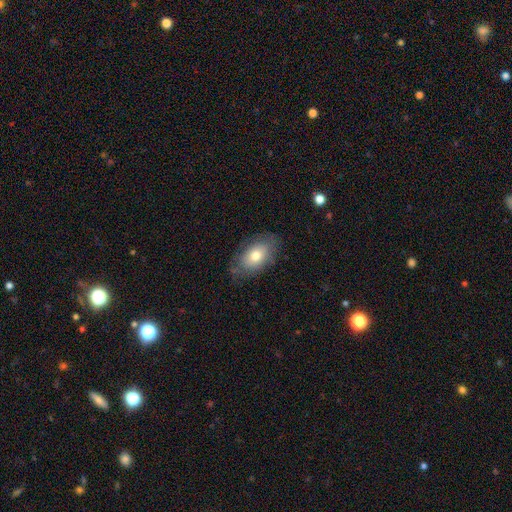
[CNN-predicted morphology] Overall: smooth (71%). How rounded: in between (90%). Merging: none (74%).